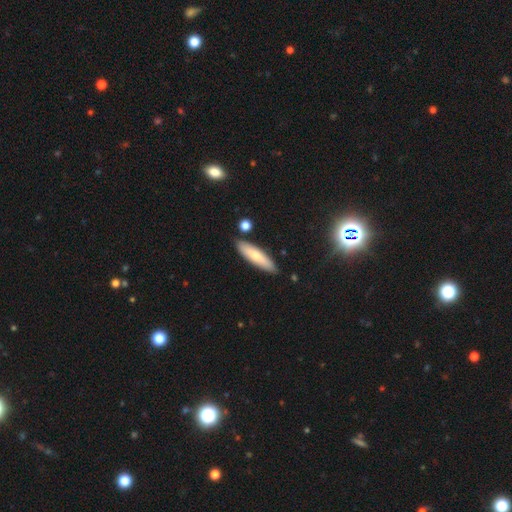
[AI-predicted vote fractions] Smooth or featured: smooth — 69% (featured or disk — 25%)
How rounded: cigar-shaped — 69% (in between — 29%)
Merging: none — 84% (minor disturbance — 10%)